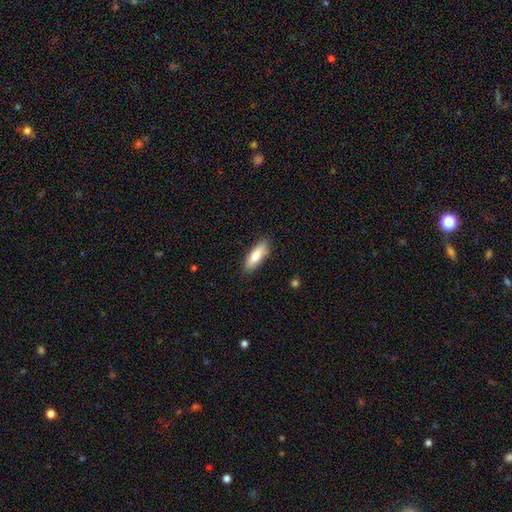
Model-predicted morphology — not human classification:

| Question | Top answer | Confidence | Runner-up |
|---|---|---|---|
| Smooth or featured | smooth | 81% | featured or disk (13%) |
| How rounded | in between | 53% | cigar-shaped (45%) |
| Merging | none | 86% | minor disturbance (10%) |